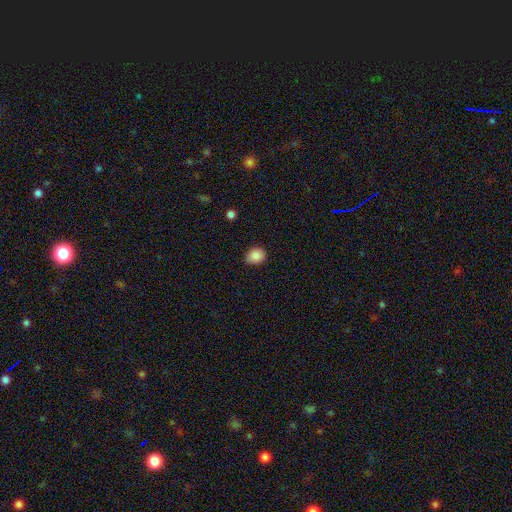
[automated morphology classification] type=smooth (86%); roundness=round (60%); merging=none (82%).